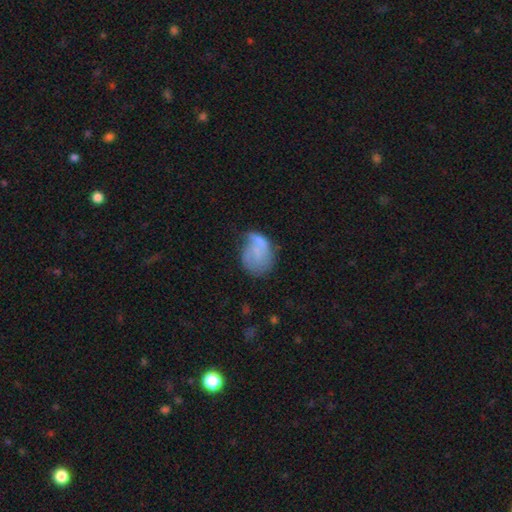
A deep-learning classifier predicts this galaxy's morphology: This is possibly a smooth galaxy (55%). How rounded: possibly in between (56%). Merging: marginally minor disturbance (33%).